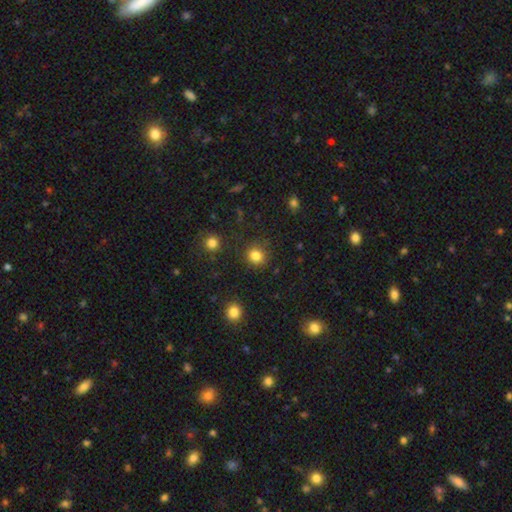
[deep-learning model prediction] The model was most divided on "smooth or featured": smooth: 83%, star or artifact: 12%, featured or disk: 5%. More confident: how rounded — round (88%); merging — none (86%).